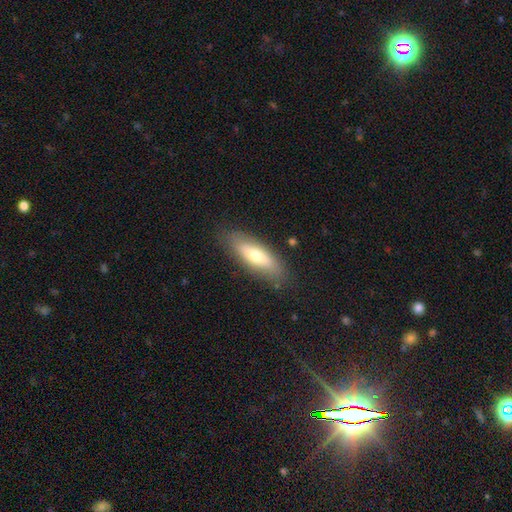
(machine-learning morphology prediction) smooth-or-featured: smooth: 62% | featured or disk: 31% | star or artifact: 7%
  how-rounded: in between: 58% | cigar-shaped: 40% | round: 2%
  merging: none: 83% | minor disturbance: 12% | major disturbance: 3% | merger: 1%